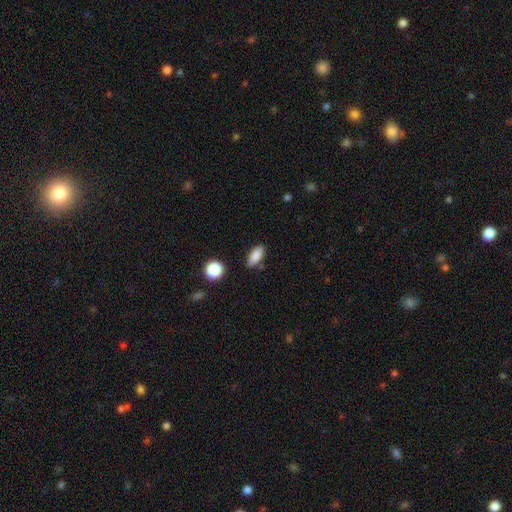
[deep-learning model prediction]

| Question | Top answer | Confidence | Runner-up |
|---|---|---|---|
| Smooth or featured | smooth | 85% | star or artifact (8%) |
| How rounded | in between | 82% | cigar-shaped (14%) |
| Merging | none | 80% | minor disturbance (14%) |